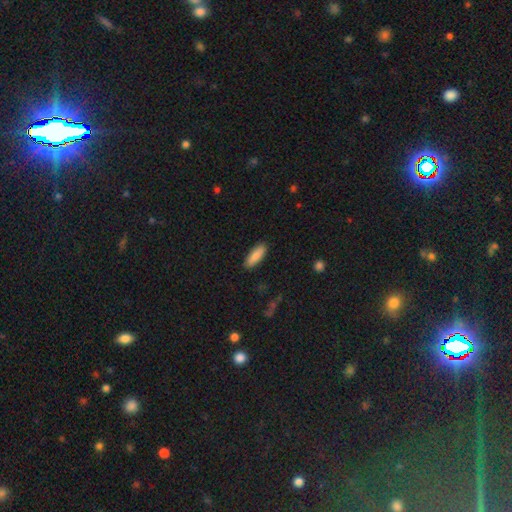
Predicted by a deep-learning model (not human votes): Overall: smooth (86%). How rounded: in between (61%; cigar-shaped 38%). Merging: none (89%).